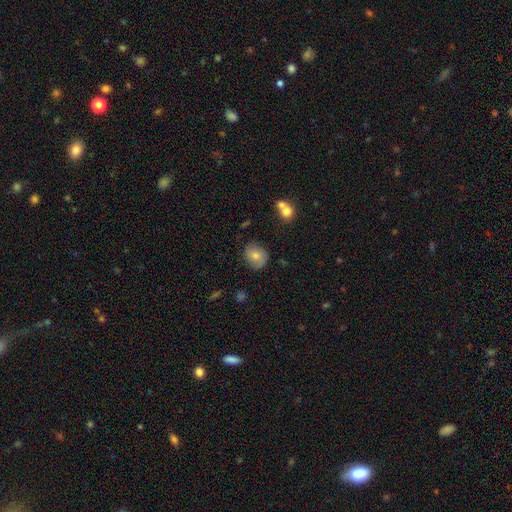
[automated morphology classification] A smooth galaxy with no disk features (75%) that is round (66%). Merging: none (77%).